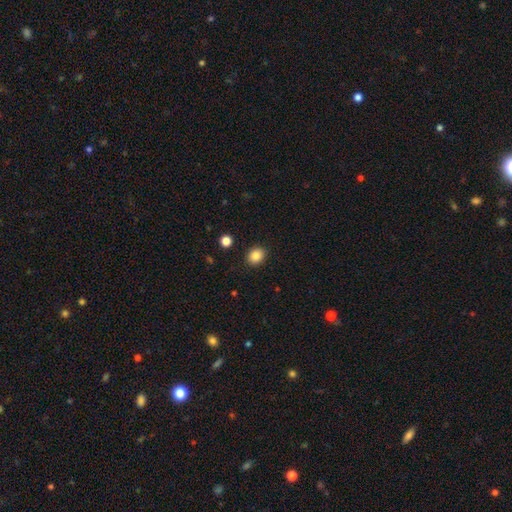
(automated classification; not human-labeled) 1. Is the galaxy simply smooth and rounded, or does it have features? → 86% smooth, 10% star or artifact, 5% featured or disk.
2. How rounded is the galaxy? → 60% round, 39% in between, 1% cigar-shaped.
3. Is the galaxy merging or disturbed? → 90% none, 7% minor disturbance, 2% major disturbance, 1% merger.